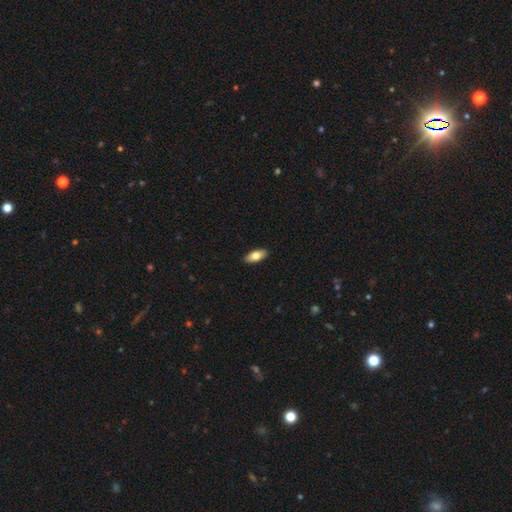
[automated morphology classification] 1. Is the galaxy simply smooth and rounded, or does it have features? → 78% smooth, 16% featured or disk, 6% star or artifact.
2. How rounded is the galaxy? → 87% in between, 11% cigar-shaped, 3% round.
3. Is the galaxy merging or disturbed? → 90% none, 7% minor disturbance, 1% major disturbance, 1% merger.